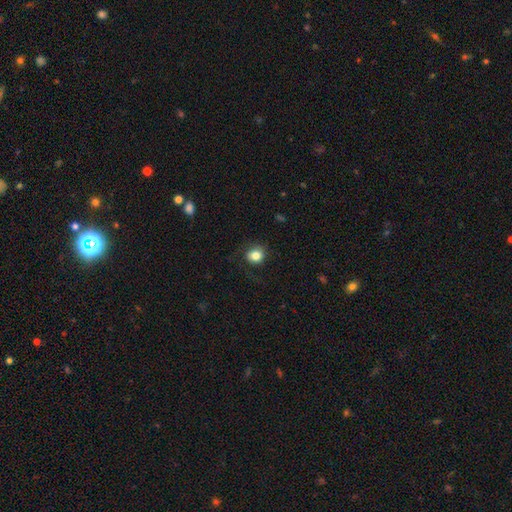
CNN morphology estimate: This is clearly a smooth galaxy (82%). How rounded: likely round (79%). Merging: likely none (76%).